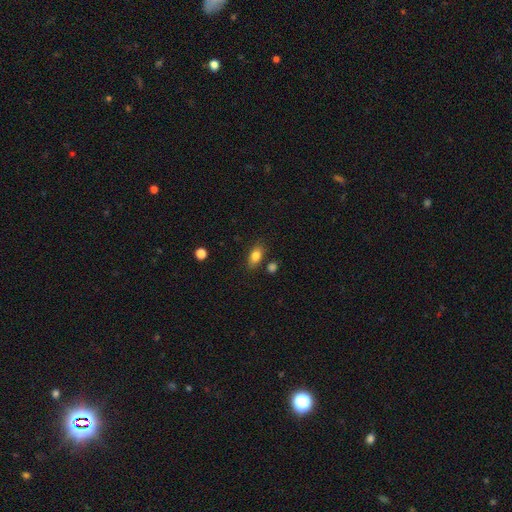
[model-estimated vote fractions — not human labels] Smooth or featured? Predicted: smooth (p=0.82). How rounded? Predicted: in between (p=0.84). Merging? Predicted: none (p=0.79).